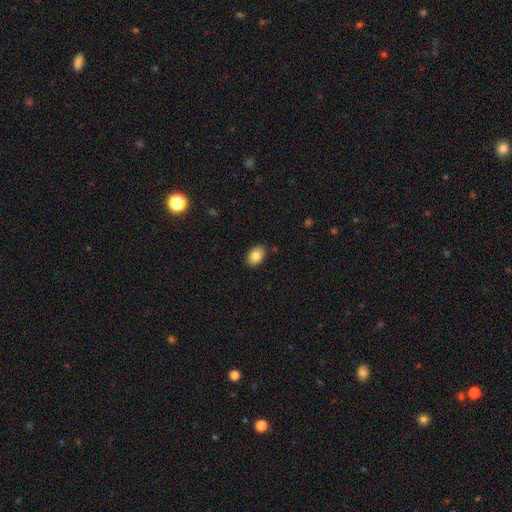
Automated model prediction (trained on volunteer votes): smooth-or-featured: smooth: 84% | featured or disk: 8% | star or artifact: 8%
  how-rounded: in between: 85% | round: 14% | cigar-shaped: 1%
  merging: none: 88% | minor disturbance: 9% | major disturbance: 2% | merger: 1%